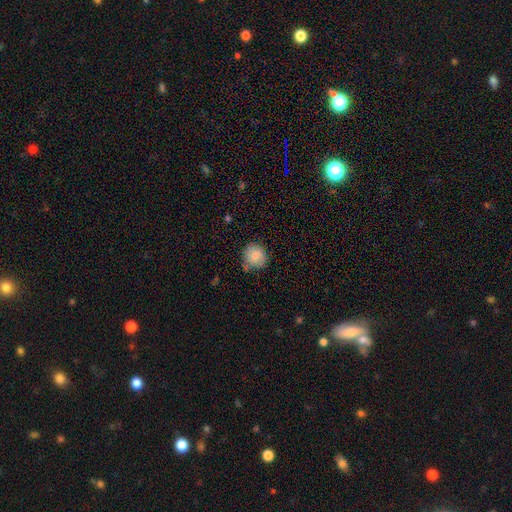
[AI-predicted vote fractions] smooth 83%, featured or disk 9%, star or artifact 8%. Down the decision tree: how rounded — round (89%); merging — none (72%).